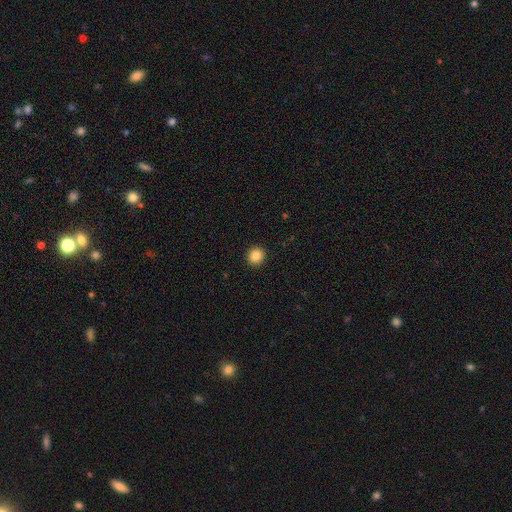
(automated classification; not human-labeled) Smooth or featured? smooth (85%)
How rounded? round (88%)
Merging? none (93%)